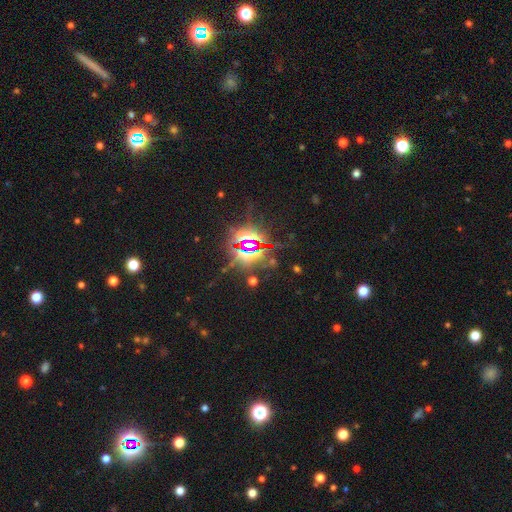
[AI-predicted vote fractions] Q: Smooth or featured?
A: star or artifact (80%); runner-up: smooth (14%)